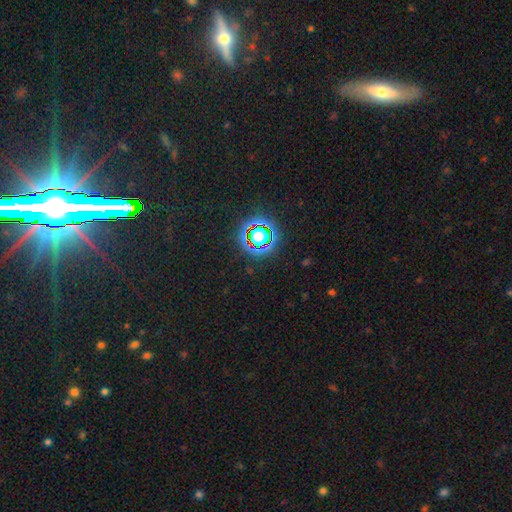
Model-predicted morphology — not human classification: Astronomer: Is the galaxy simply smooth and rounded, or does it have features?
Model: star or artifact — 81%.